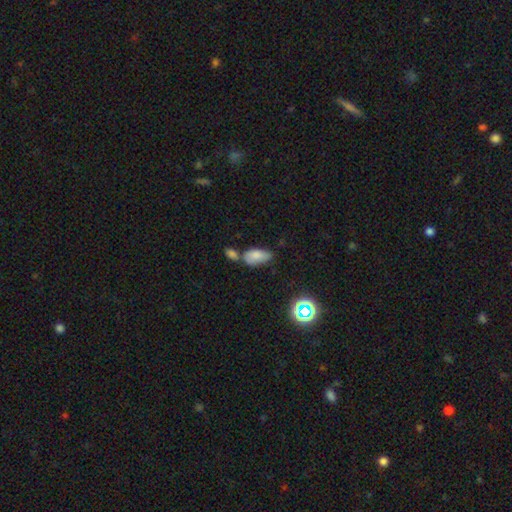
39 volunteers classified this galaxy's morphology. A smooth galaxy with no disk features (74%) that is in between round and cigar-shaped (97%).

Vote fractions:
- Smooth or featured? smooth: 74% / featured or disk: 15% / star or artifact: 10%
- How rounded? in between: 97% / cigar-shaped: 3% / round: 0%
- Merging? none: 34% / minor disturbance: 31% / merger: 26% / major disturbance: 9%